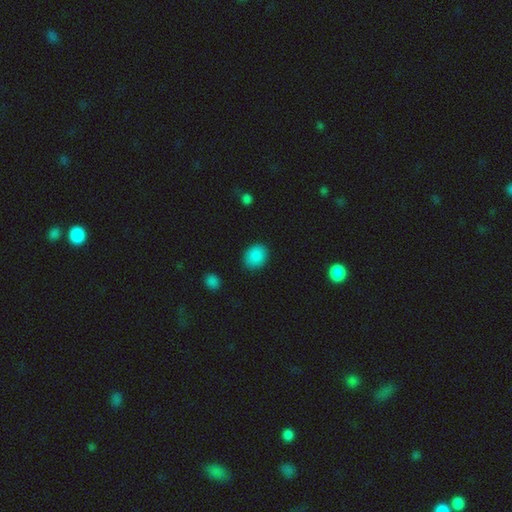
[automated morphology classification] Smooth or featured?
  - smooth: 88% *
  - star or artifact: 9%
  - featured or disk: 3%
How rounded?
  - round: 52% *
  - in between: 47%
  - cigar-shaped: 1%
Merging?
  - none: 88% *
  - minor disturbance: 9%
  - major disturbance: 2%
  - merger: 1%